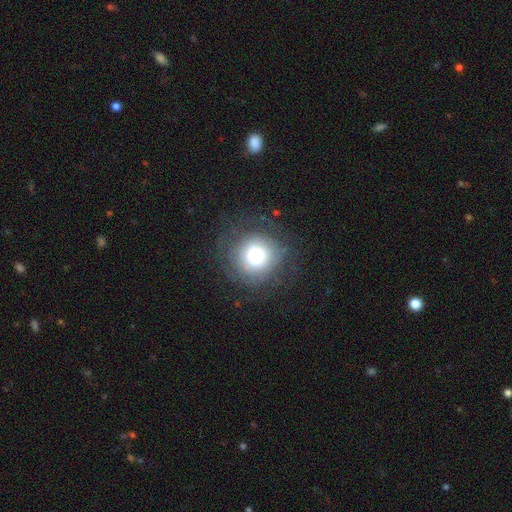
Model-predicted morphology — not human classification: smooth_or_featured: smooth (p=0.58) [alt: featured or disk p=0.30]
how_rounded: round (p=0.93) [alt: in between p=0.06]
merging: none (p=0.72) [alt: minor disturbance p=0.15]